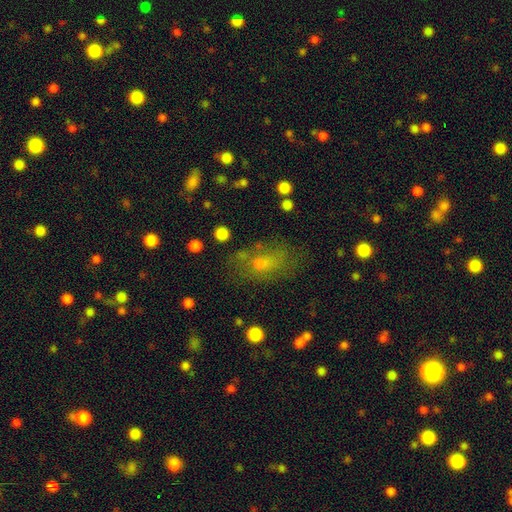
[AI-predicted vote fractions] Smooth or featured? Predicted: smooth (p=0.43). Merging? Predicted: none (p=0.73).